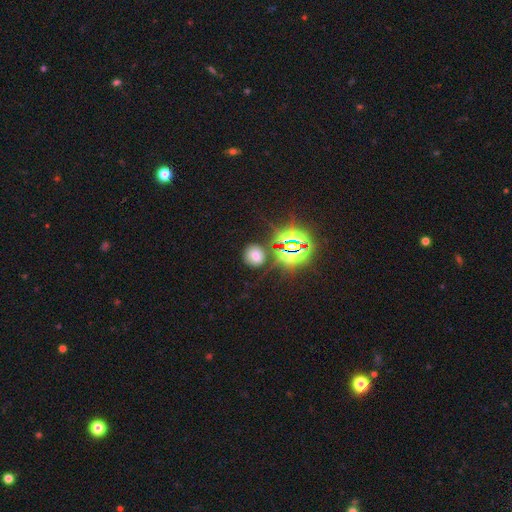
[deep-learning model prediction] A smooth galaxy with no disk features (57%) that is round (80%). Merging: none (78%).